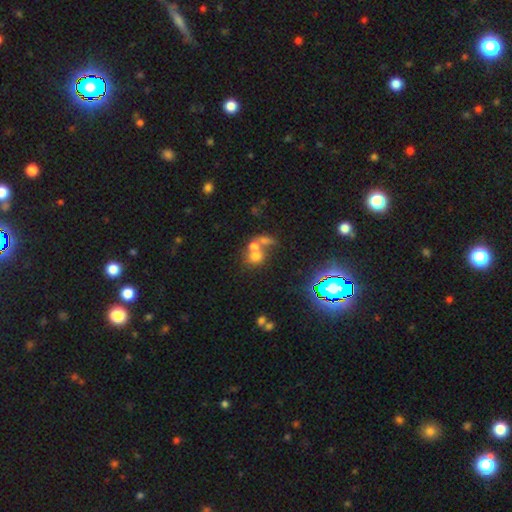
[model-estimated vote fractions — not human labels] Smooth or featured? smooth (58%)
How rounded? round (63%)
Merging? merger (62%)